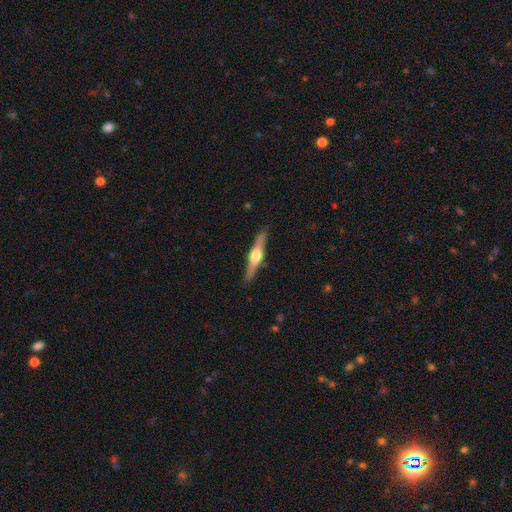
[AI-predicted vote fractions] Smooth or featured: featured or disk — 67% (smooth — 28%)
Edge-on disk: yes — 97% (no — 3%)
Edge-on bulge: rounded — 94% (boxy — 4%)
Merging: none — 89% (minor disturbance — 8%)